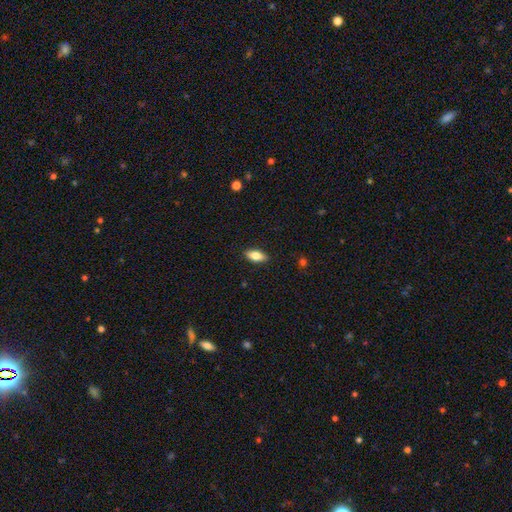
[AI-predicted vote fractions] This is likely a smooth galaxy (76%). How rounded: clearly in between (84%). Merging: clearly none (88%).